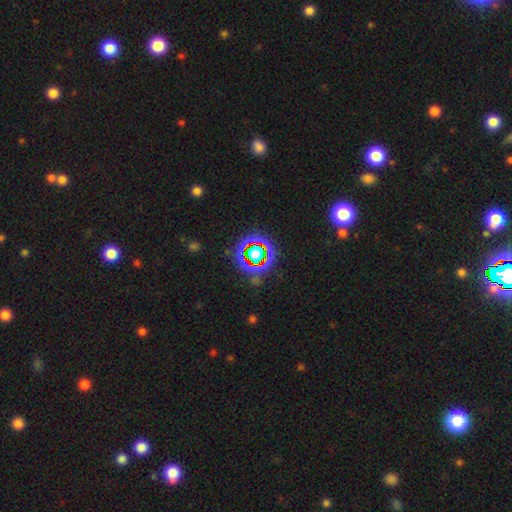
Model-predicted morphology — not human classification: Smooth or featured: star or artifact — 74% (smooth — 16%)